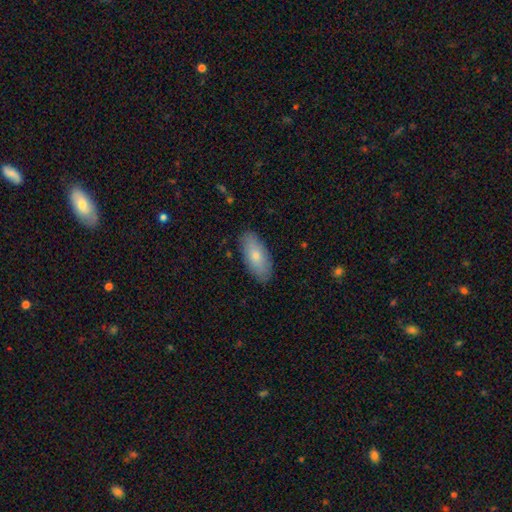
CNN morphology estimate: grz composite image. It shows a smooth galaxy with no disk features (73%) that is in between round and cigar-shaped (89%). Merging: none (85%).